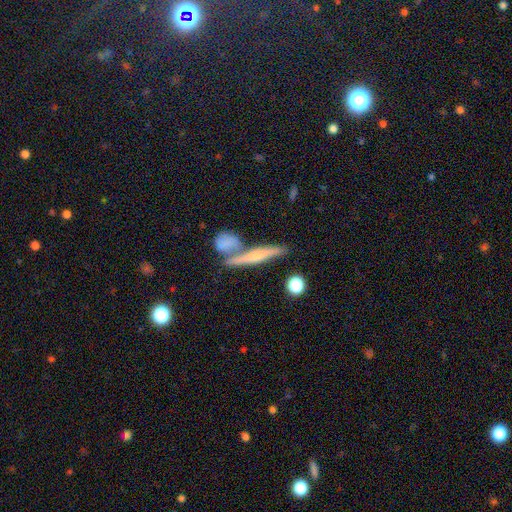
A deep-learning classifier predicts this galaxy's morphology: smooth-or-featured: featured or disk: 56% | smooth: 35% | star or artifact: 9%
  disk-edge-on: yes: 92% | no: 8%
    edge-on-bulge: rounded: 65% | none: 25% | boxy: 9%
  merging: none: 65% | merger: 22% | minor disturbance: 10% | major disturbance: 4%